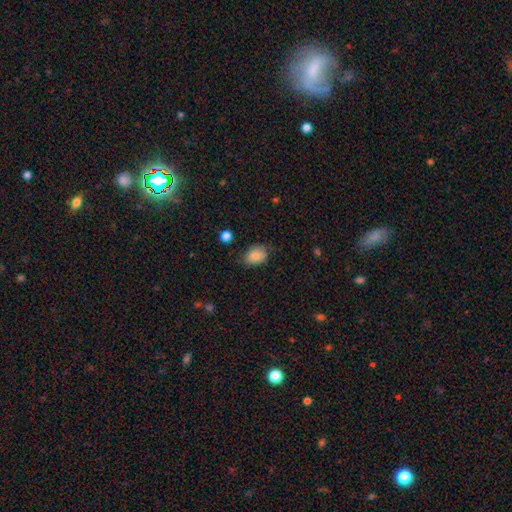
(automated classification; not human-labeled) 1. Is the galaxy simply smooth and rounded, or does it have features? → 84% smooth, 8% featured or disk, 8% star or artifact.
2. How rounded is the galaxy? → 74% in between, 25% round, 1% cigar-shaped.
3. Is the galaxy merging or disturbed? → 70% none, 24% minor disturbance, 5% major disturbance, 1% merger.